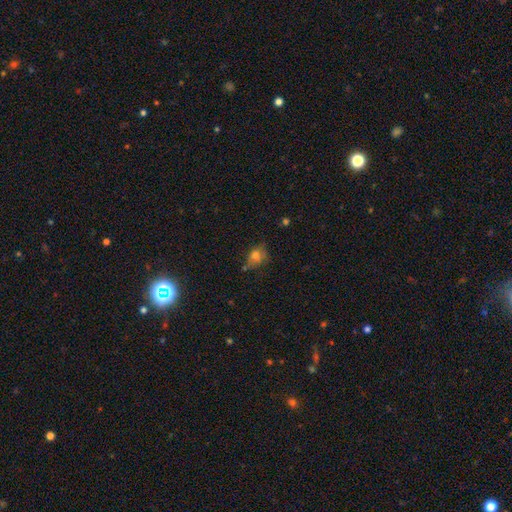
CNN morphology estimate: The model was most divided on "how rounded": in between: 59%, round: 39%, cigar-shaped: 2%. More confident: smooth or featured — smooth (69%); merging — none (52%).